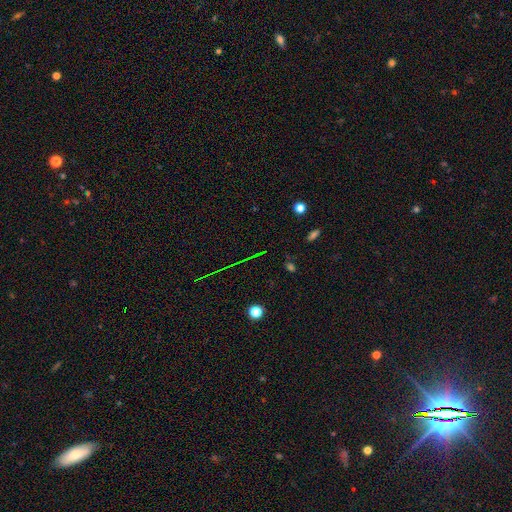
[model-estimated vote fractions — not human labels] star or artifact 69%, smooth 18%, featured or disk 14%.